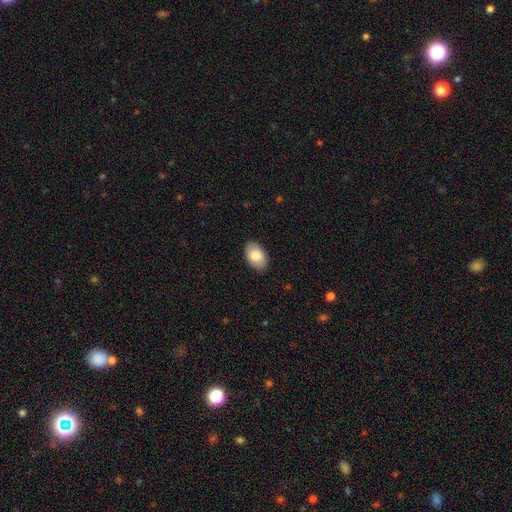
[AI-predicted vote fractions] A smooth galaxy with no disk features (85%) that is in between round and cigar-shaped (91%).

Vote fractions:
- Smooth or featured? smooth: 85% / featured or disk: 9% / star or artifact: 6%
- How rounded? in between: 91% / round: 8% / cigar-shaped: 1%
- Merging? none: 88% / minor disturbance: 9% / major disturbance: 2% / merger: 1%